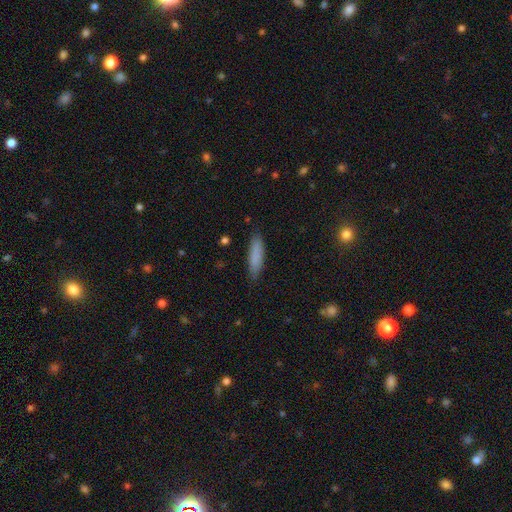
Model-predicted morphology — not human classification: Smooth or featured? smooth (84%)
How rounded? cigar-shaped (74%)
Merging? none (85%)